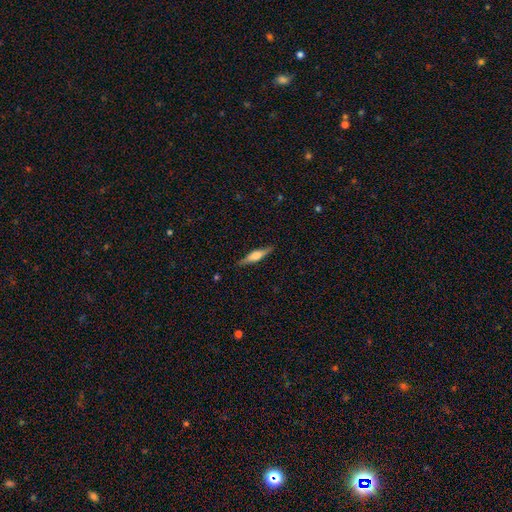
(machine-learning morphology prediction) The model was most divided on "smooth or featured": featured or disk: 56%, smooth: 38%, star or artifact: 6%. More confident: edge-on disk — yes (97%); merging — none (88%); edge-on bulge — rounded (73%).